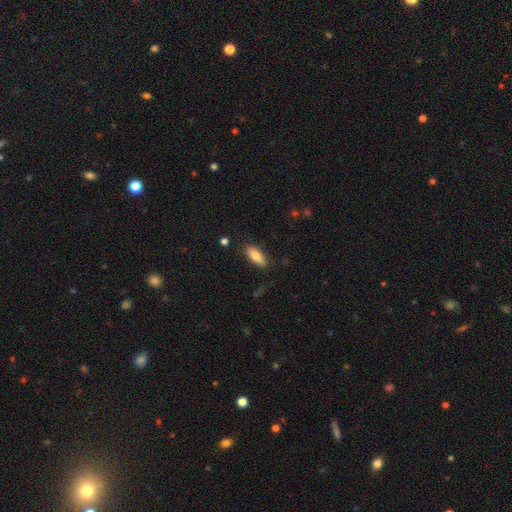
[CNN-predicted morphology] type=smooth (77%); roundness=in between (69%); merging=none (85%).